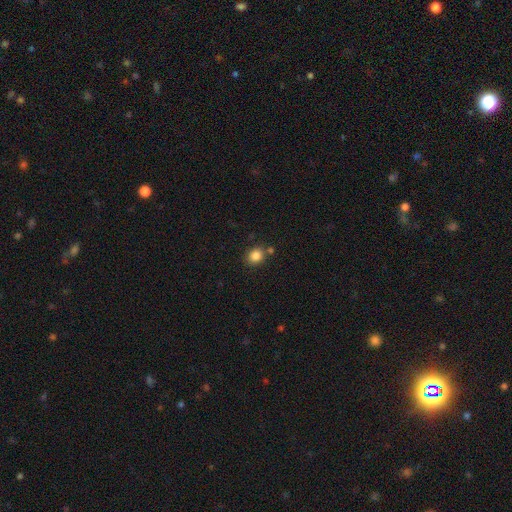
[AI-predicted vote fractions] This is clearly a smooth galaxy (84%). How rounded: likely round (69%). Merging: likely none (77%).